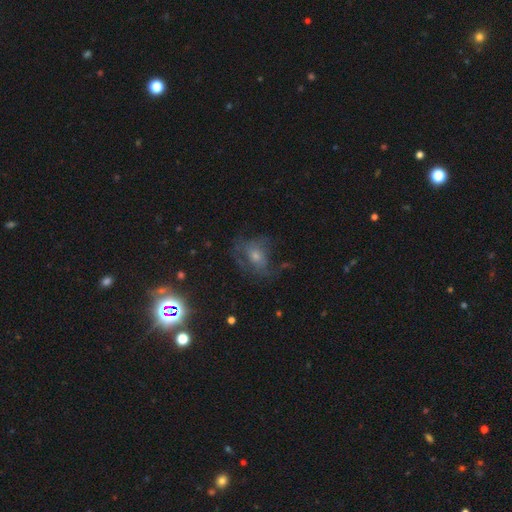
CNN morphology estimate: The model was most divided on "smooth or featured": featured or disk: 45%, star or artifact: 28%, smooth: 27%. More confident: merging — none (53%).